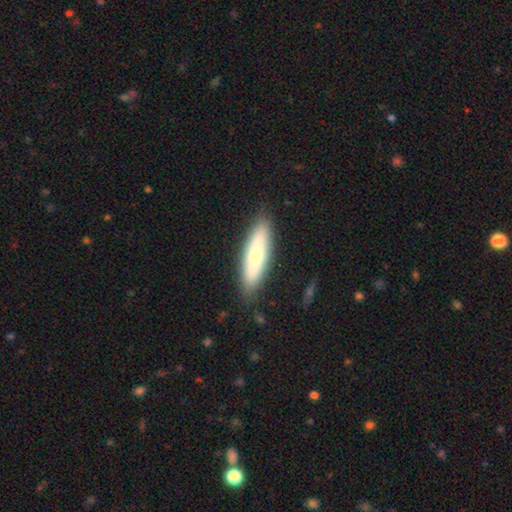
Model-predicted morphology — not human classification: Q: Smooth or featured?
A: smooth (59%); runner-up: featured or disk (35%)
Q: How rounded?
A: cigar-shaped (53%); runner-up: in between (44%)
Q: Merging?
A: none (85%); runner-up: minor disturbance (11%)